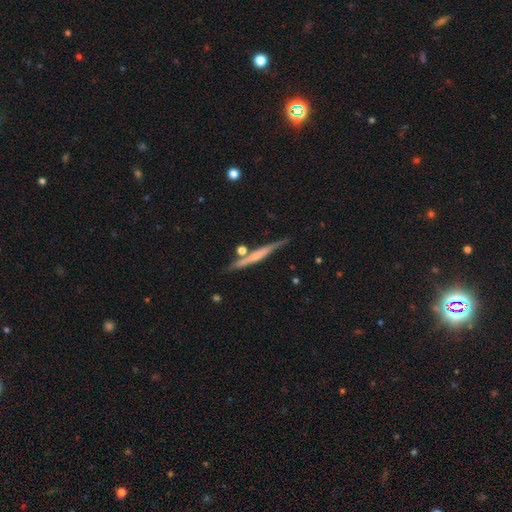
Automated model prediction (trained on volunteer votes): smooth_or_featured: featured or disk (p=0.60) [alt: smooth p=0.33]
disk_edge_on: yes (p=0.97) [alt: no p=0.03]
edge_on_bulge: none (p=0.53) [alt: rounded p=0.37]
merging: none (p=0.81) [alt: minor disturbance p=0.10]